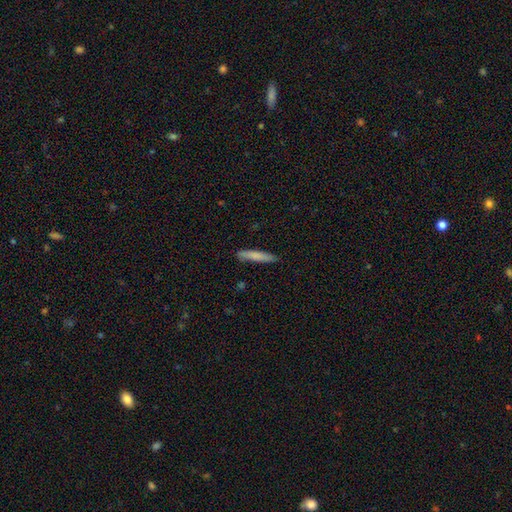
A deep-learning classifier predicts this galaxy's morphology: This appears to be a smooth galaxy with no disk features (78%) that is cigar-shaped (91%). Merging: none (86%).